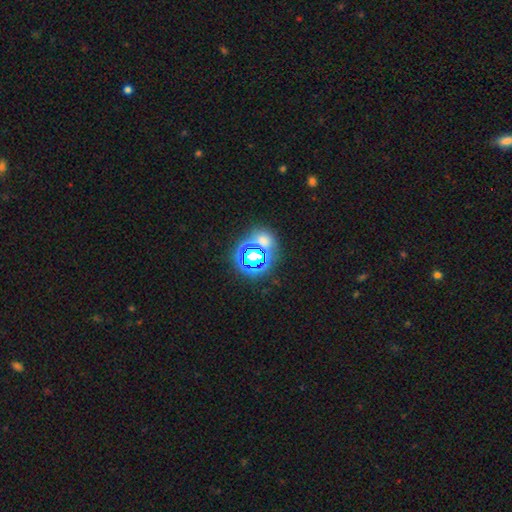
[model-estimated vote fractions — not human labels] This is possibly a star or artifact rather than a galaxy (52%).